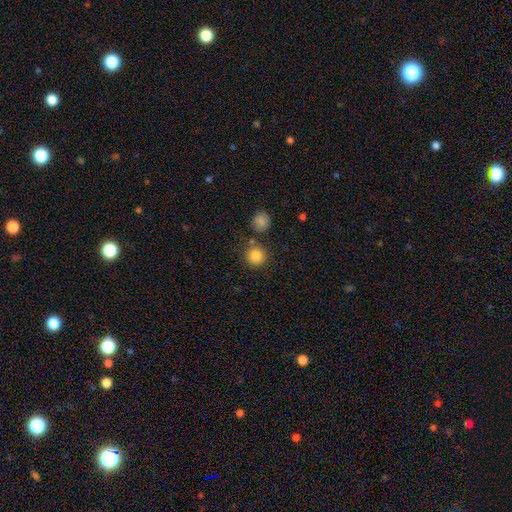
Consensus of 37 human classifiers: A smooth galaxy with no disk features (95%) that is round (89%).

Vote fractions:
- Smooth or featured? smooth: 95% / featured or disk: 5% / star or artifact: 0%
- How rounded? round: 89% / in between: 11% / cigar-shaped: 0%
- Merging? none: 76% / minor disturbance: 14% / major disturbance: 5% / merger: 5%